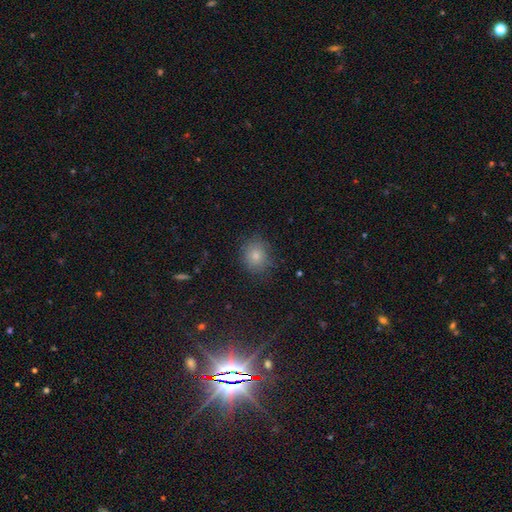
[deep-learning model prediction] Smooth or featured?
  - smooth: 79% *
  - star or artifact: 12%
  - featured or disk: 9%
How rounded?
  - round: 75% *
  - in between: 24%
  - cigar-shaped: 1%
Merging?
  - none: 79% *
  - minor disturbance: 15%
  - major disturbance: 5%
  - merger: 1%